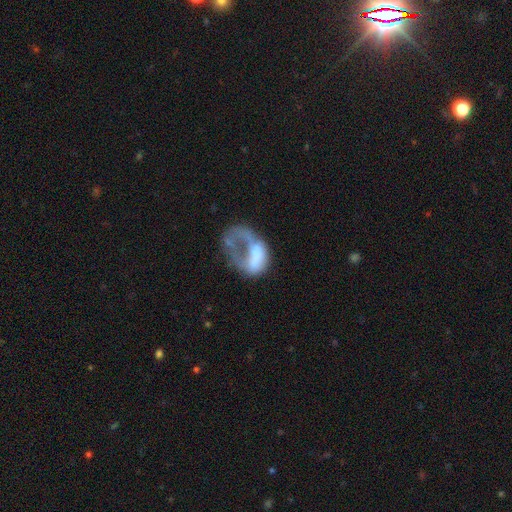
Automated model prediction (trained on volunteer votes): Smooth or featured?
  - featured or disk: 45% * (tied)
  - smooth: 45% * (tied)
  - star or artifact: 10%
Merging?
  - major disturbance: 59% *
  - none: 16%
  - merger: 13%
  - minor disturbance: 12%